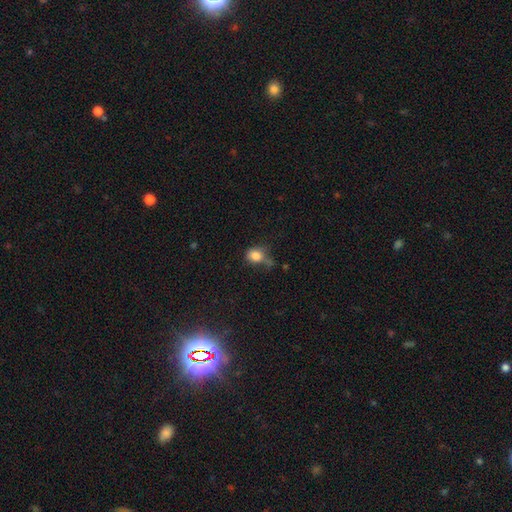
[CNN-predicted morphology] The model was most divided on "how rounded": round: 53%, in between: 45%, cigar-shaped: 1%. Remaining: smooth or featured — smooth (81%); merging — none (40%).